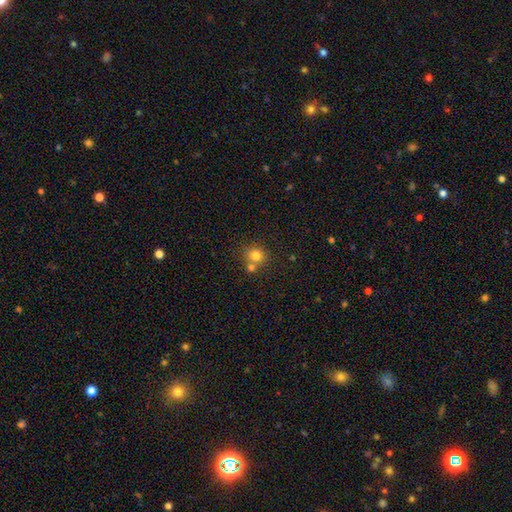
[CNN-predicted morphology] A smooth galaxy with no disk features (79%) that is round (87%).

Vote fractions:
- Smooth or featured? smooth: 79% / star or artifact: 13% / featured or disk: 8%
- How rounded? round: 87% / in between: 12% / cigar-shaped: 1%
- Merging? none: 62% / merger: 28% / minor disturbance: 8% / major disturbance: 3%